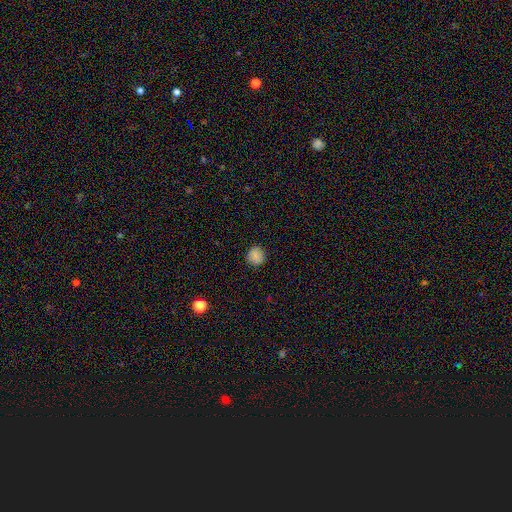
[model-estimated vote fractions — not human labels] smooth_or_featured: smooth (p=0.86) [alt: star or artifact p=0.10]
how_rounded: round (p=0.90) [alt: in between p=0.09]
merging: none (p=0.90) [alt: minor disturbance p=0.07]